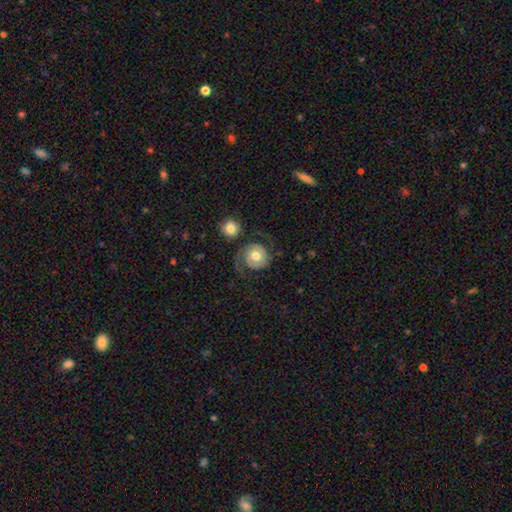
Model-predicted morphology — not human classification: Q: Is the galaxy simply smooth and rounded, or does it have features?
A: featured or disk — 70%.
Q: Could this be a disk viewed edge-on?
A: no — 98%.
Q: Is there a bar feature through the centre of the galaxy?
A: no — 77%.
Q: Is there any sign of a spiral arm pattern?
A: yes — 89%.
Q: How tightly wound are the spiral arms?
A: tight — 37%, tied with medium.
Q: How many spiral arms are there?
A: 2 — 76%.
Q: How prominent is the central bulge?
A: moderate — 73%.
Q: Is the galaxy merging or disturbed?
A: none — 60%.